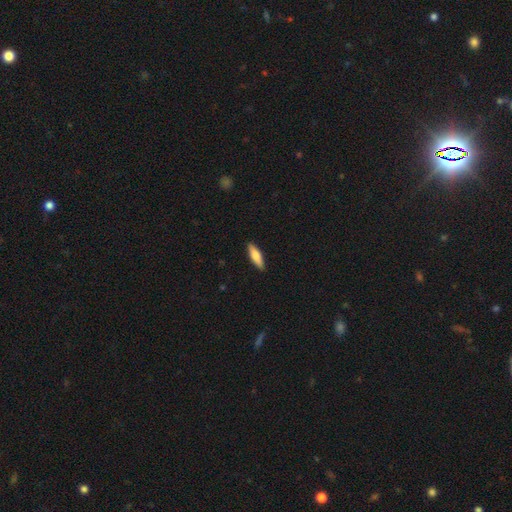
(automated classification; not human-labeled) smooth_or_featured: smooth (p=0.71) [alt: featured or disk p=0.23]
how_rounded: cigar-shaped (p=0.60) [alt: in between p=0.38]
merging: none (p=0.89) [alt: minor disturbance p=0.08]